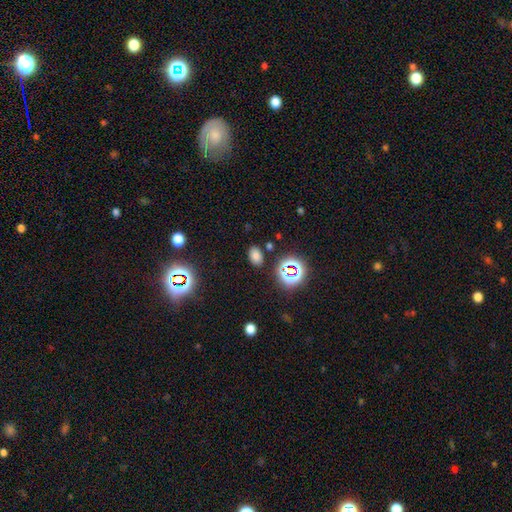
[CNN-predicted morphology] Smooth or featured? Predicted: smooth (p=0.70). How rounded? Predicted: in between (p=0.84). Merging? Predicted: none (p=0.84).